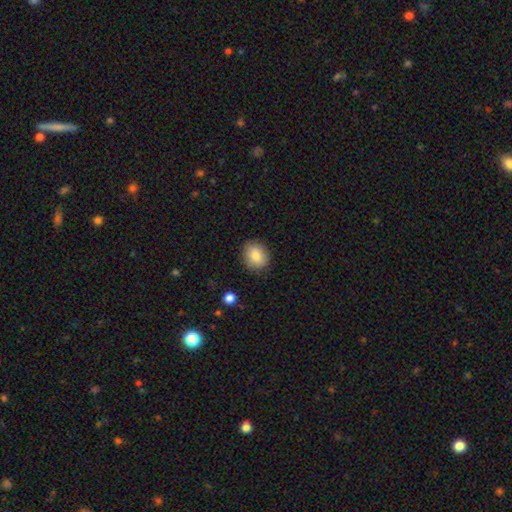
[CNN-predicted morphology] Smooth or featured: smooth — 83% (featured or disk — 9%)
How rounded: round — 54% (in between — 45%)
Merging: none — 85% (minor disturbance — 11%)